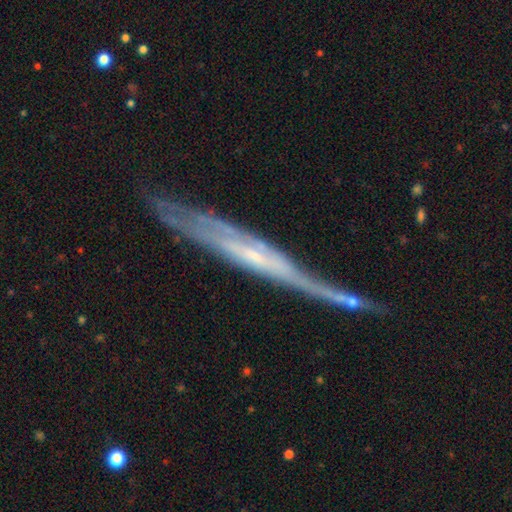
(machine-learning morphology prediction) Q: Smooth or featured?
A: featured or disk (78%); runner-up: smooth (14%)
Q: Edge-on disk?
A: yes (80%); runner-up: no (20%)
Q: Edge-on bulge?
A: none (61%); runner-up: rounded (29%)
Q: Merging?
A: none (60%); runner-up: minor disturbance (24%)